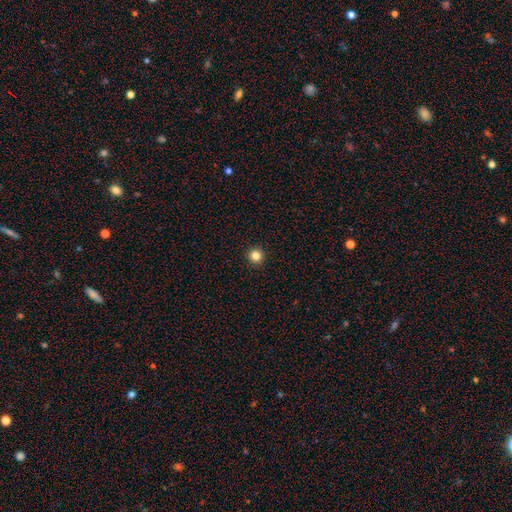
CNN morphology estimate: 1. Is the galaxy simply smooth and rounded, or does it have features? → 82% smooth, 14% star or artifact, 4% featured or disk.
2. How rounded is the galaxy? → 96% round, 3% in between, 1% cigar-shaped.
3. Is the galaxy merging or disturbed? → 94% none, 4% minor disturbance, 1% major disturbance, 1% merger.